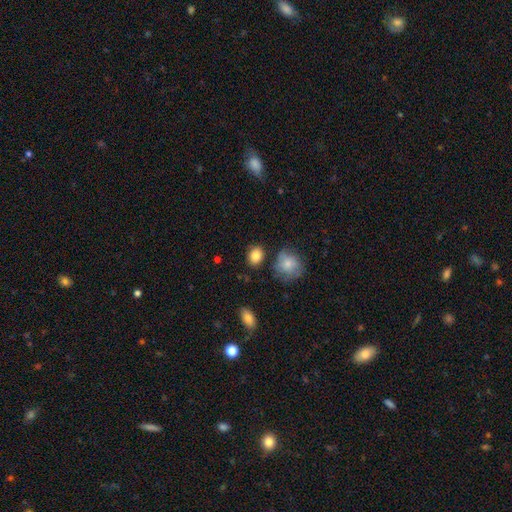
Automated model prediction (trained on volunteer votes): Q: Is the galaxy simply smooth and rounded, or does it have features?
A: smooth — 85%.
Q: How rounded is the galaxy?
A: round — 53%.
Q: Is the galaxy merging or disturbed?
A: none — 80%.